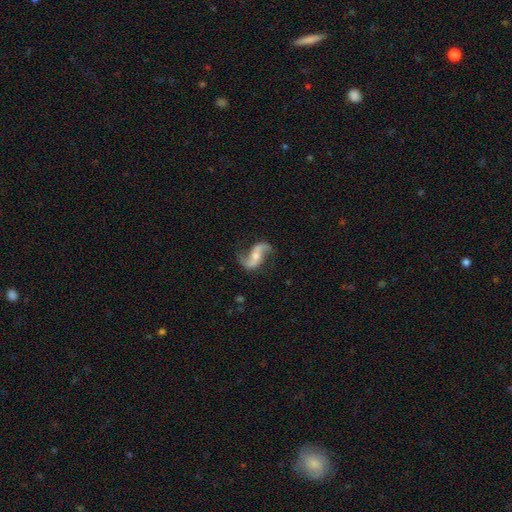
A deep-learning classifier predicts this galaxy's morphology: Smooth or featured: featured or disk — 90% (smooth — 5%)
Edge-on disk: no — 97% (yes — 3%)
Bar: no — 41% (weak — 35%)
Spiral arms: yes — 97% (no — 3%)
Spiral winding: loose — 80% (medium — 16%)
Spiral arm count: 2 — 94% (1 — 2%)
Bulge size: moderate — 50% (small — 41%)
Merging: none — 79% (minor disturbance — 13%)